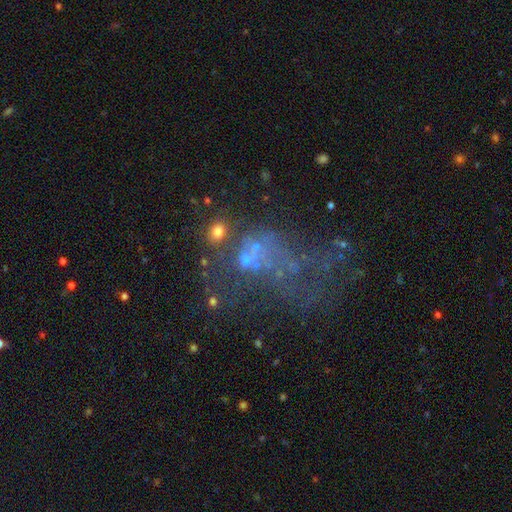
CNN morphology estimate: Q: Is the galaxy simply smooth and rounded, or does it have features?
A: featured or disk — 44%.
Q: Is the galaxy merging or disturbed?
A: major disturbance — 35%.